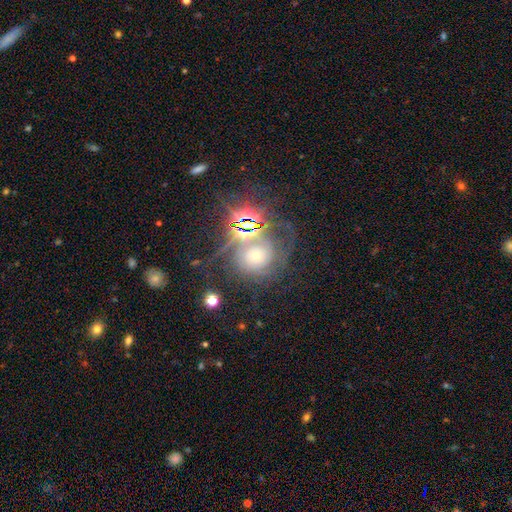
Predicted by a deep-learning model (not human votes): Smooth or featured?
  - featured or disk: 47% *
  - star or artifact: 37%
  - smooth: 16%
Merging?
  - none: 60% *
  - minor disturbance: 16%
  - major disturbance: 15%
  - merger: 9%